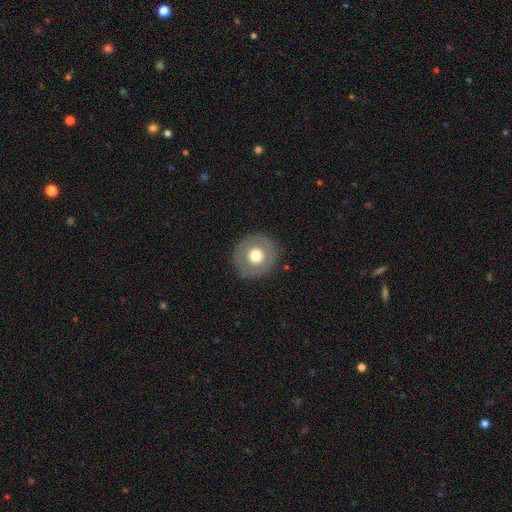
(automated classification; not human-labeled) A smooth galaxy with no disk features (61%) that is round (93%).

Vote fractions:
- Smooth or featured? smooth: 61% / featured or disk: 32% / star or artifact: 8%
- How rounded? round: 93% / in between: 6% / cigar-shaped: 1%
- Merging? none: 87% / minor disturbance: 9% / major disturbance: 4% / merger: 1%